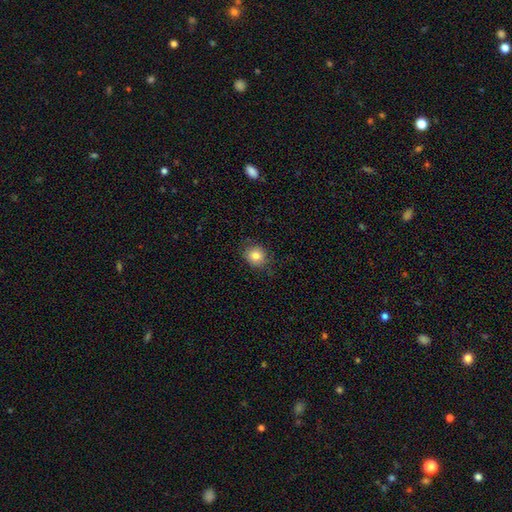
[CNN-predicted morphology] smooth 83%, star or artifact 9%, featured or disk 8%. Down the decision tree: how rounded — round (70%); merging — none (78%).